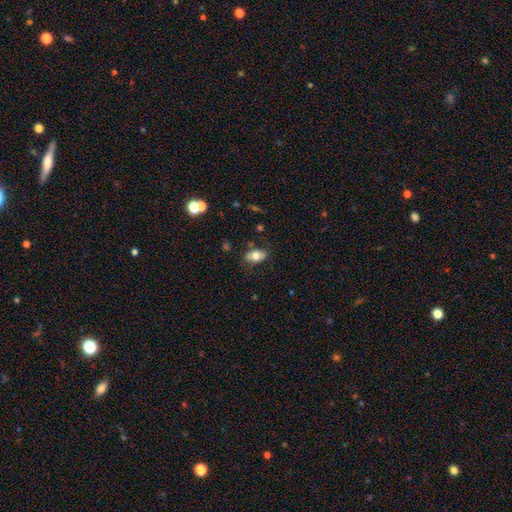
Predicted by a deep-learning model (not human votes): This appears to be a smooth galaxy with no disk features (70%) that is in between round and cigar-shaped (89%). Merging: none (75%).